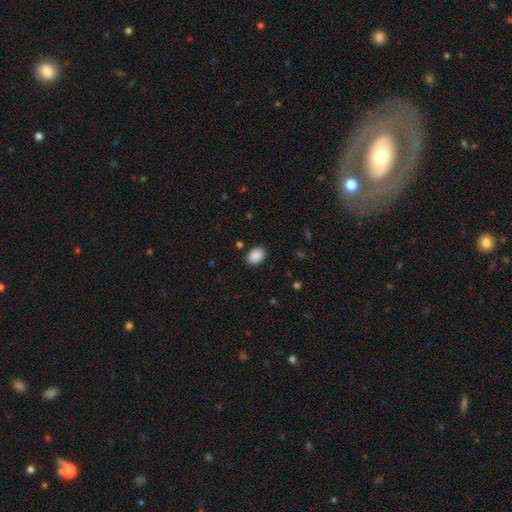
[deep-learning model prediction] Smooth or featured?
  - smooth: 90% *
  - star or artifact: 7%
  - featured or disk: 3%
How rounded?
  - in between: 77% *
  - round: 22%
  - cigar-shaped: 1%
Merging?
  - none: 89% *
  - minor disturbance: 8%
  - major disturbance: 2%
  - merger: 1%